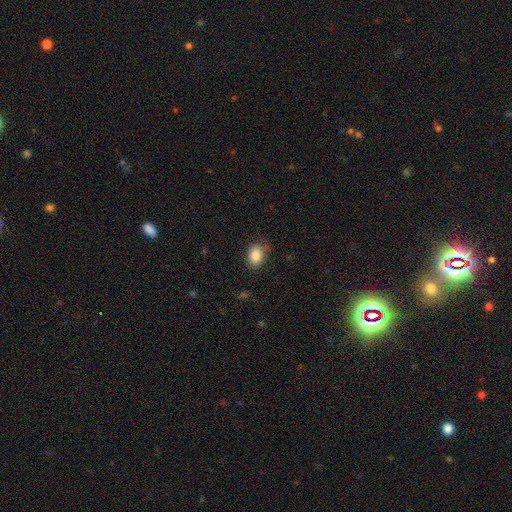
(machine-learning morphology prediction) smooth_or_featured: smooth (p=0.86) [alt: star or artifact p=0.08]
how_rounded: in between (p=0.71) [alt: round p=0.29]
merging: none (p=0.77) [alt: minor disturbance p=0.17]